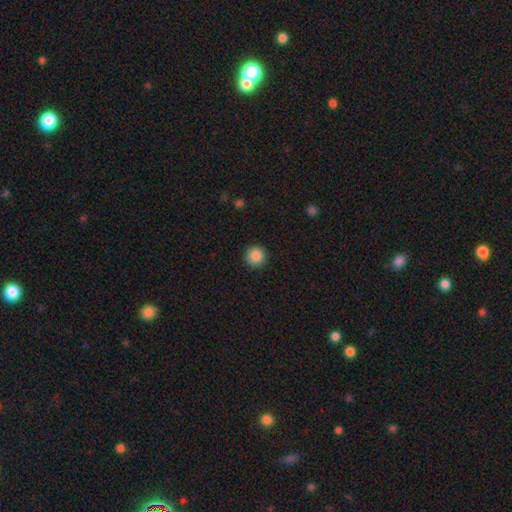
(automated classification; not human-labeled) A smooth galaxy with no disk features (87%) that is round (95%).

Vote fractions:
- Smooth or featured? smooth: 87% / star or artifact: 9% / featured or disk: 3%
- How rounded? round: 95% / in between: 4% / cigar-shaped: 1%
- Merging? none: 90% / minor disturbance: 7% / major disturbance: 2% / merger: 1%